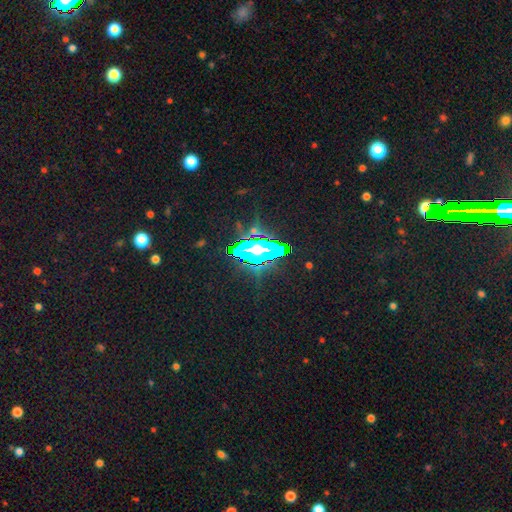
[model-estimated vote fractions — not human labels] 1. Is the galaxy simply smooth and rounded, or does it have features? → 56% star or artifact, 26% smooth, 18% featured or disk.